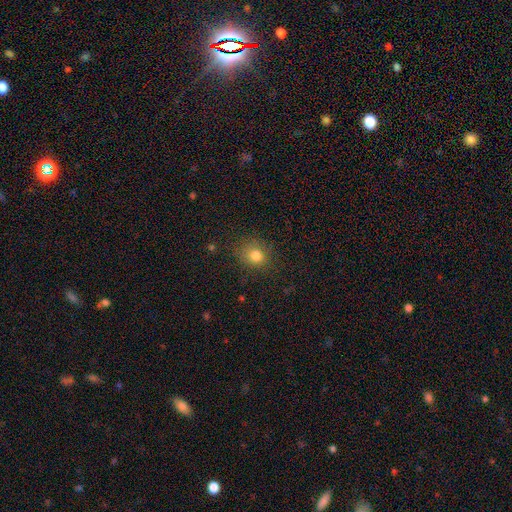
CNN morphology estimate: smooth-or-featured: smooth: 80% | star or artifact: 14% | featured or disk: 7%
  how-rounded: round: 74% | in between: 25% | cigar-shaped: 1%
  merging: none: 82% | minor disturbance: 12% | major disturbance: 4% | merger: 1%